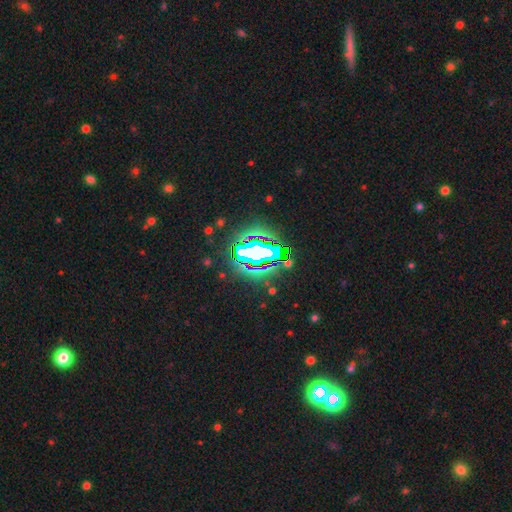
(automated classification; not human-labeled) Smooth or featured?
  - star or artifact: 70% *
  - smooth: 15%
  - featured or disk: 15%